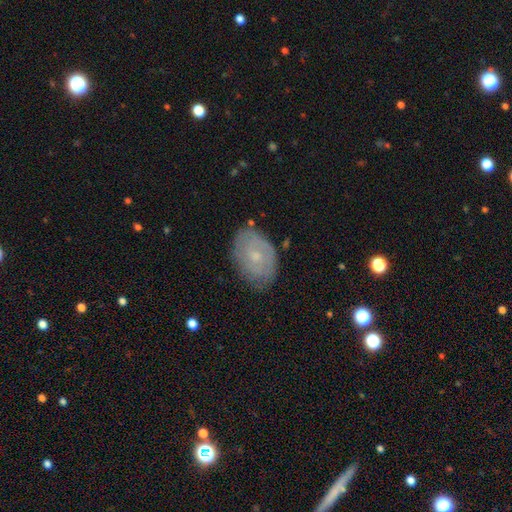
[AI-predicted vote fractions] featured or disk 52%, smooth 40%, star or artifact 8%. Down the decision tree: edge-on disk — no (95%); merging — none (75%).